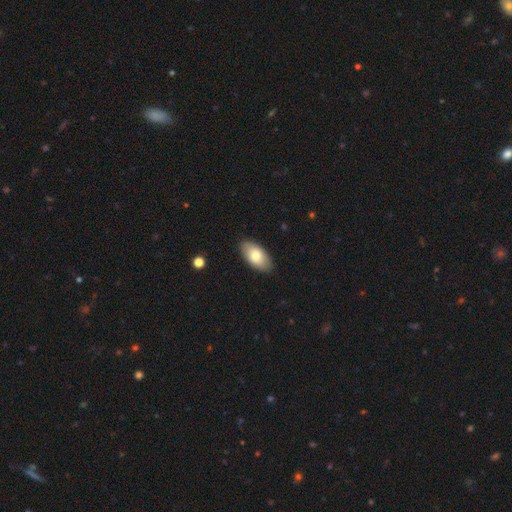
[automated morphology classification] Smooth or featured: smooth — 77% (featured or disk — 17%)
How rounded: in between — 94% (cigar-shaped — 3%)
Merging: none — 88% (minor disturbance — 9%)